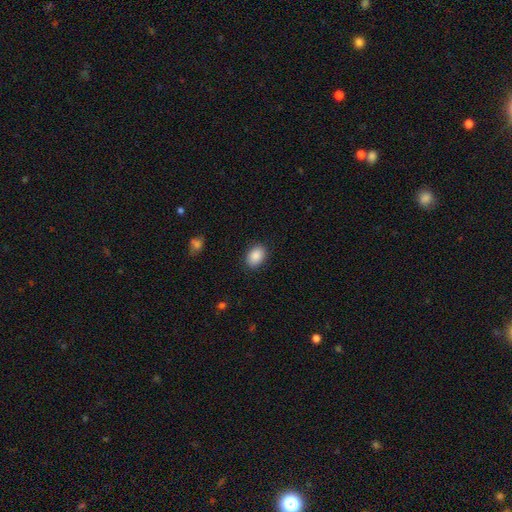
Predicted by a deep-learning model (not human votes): smooth-or-featured: smooth: 89% | star or artifact: 7% | featured or disk: 4%
  how-rounded: in between: 76% | round: 23% | cigar-shaped: 1%
  merging: none: 88% | minor disturbance: 9% | major disturbance: 3% | merger: 1%